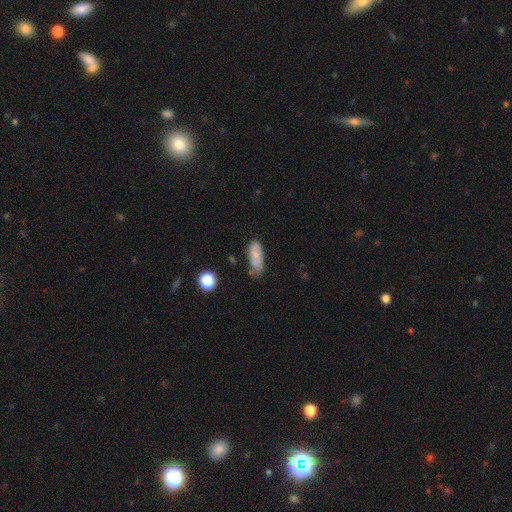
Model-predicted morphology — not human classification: Overall: smooth (76%). How rounded: in between (76%). Merging: none (54%; minor disturbance 31%).